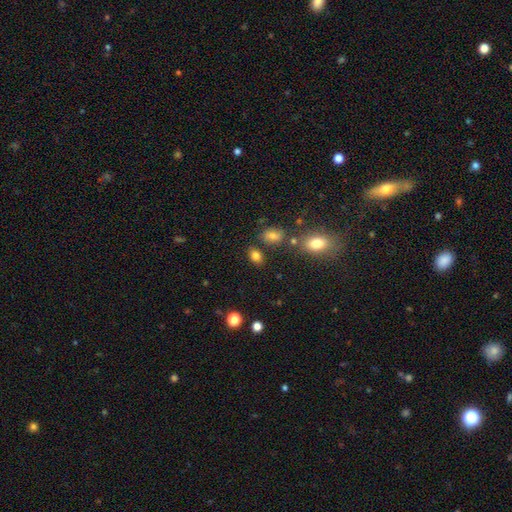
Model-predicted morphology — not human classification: This appears to be a smooth galaxy with no disk features (82%) that is in between round and cigar-shaped (78%). Merging: none (79%).